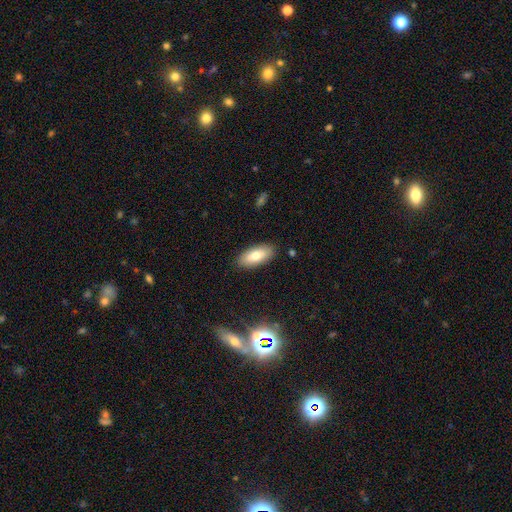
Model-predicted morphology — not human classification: Q: Smooth or featured?
A: smooth (73%); runner-up: featured or disk (20%)
Q: How rounded?
A: in between (86%); runner-up: cigar-shaped (12%)
Q: Merging?
A: none (87%); runner-up: minor disturbance (10%)